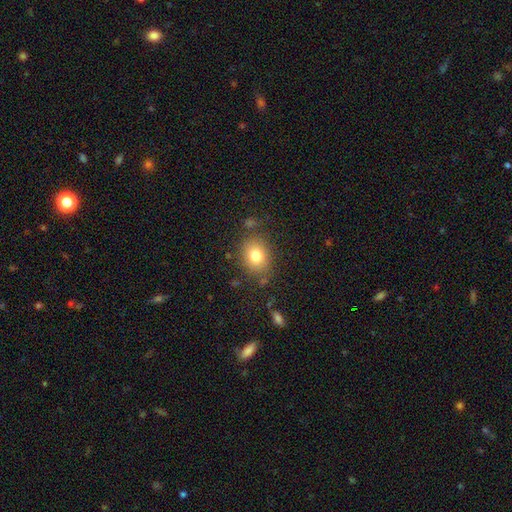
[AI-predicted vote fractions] smooth 79%, star or artifact 11%, featured or disk 10%. Down the decision tree: how rounded — round (54%); merging — none (80%).